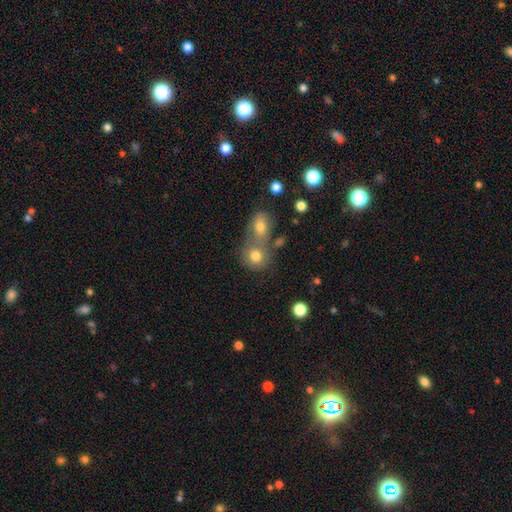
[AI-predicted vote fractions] A smooth galaxy with no disk features (77%) that is round (70%).

Vote fractions:
- Smooth or featured? smooth: 77% / featured or disk: 12% / star or artifact: 11%
- How rounded? round: 70% / in between: 29% / cigar-shaped: 1%
- Merging? merger: 53% / none: 35% / minor disturbance: 8% / major disturbance: 4%